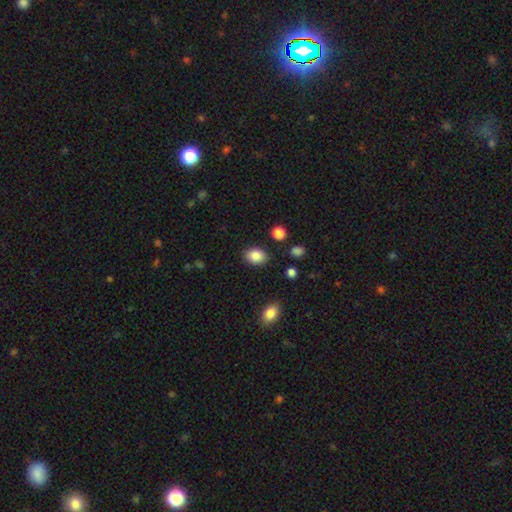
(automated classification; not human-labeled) Morphology: type=smooth (86%); roundness=in between (70%); merging=none (85%).